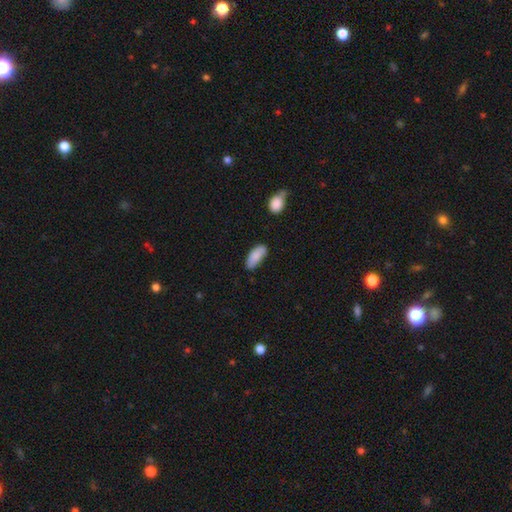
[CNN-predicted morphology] A smooth galaxy with no disk features (86%) that is in between round and cigar-shaped (79%). Merging: none (69%).